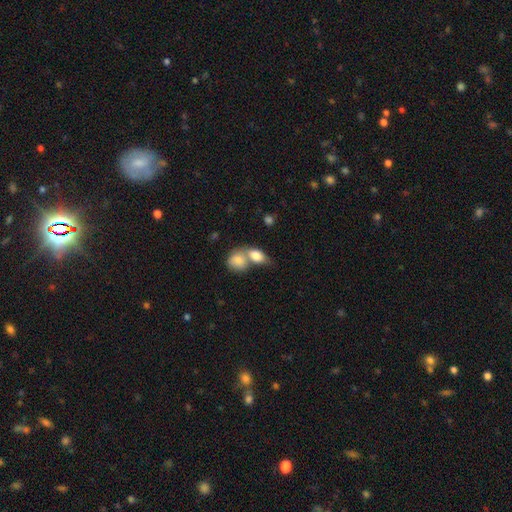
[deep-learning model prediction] A smooth galaxy with no disk features (81%) that is in between round and cigar-shaped (74%). Merging: merger (64%).